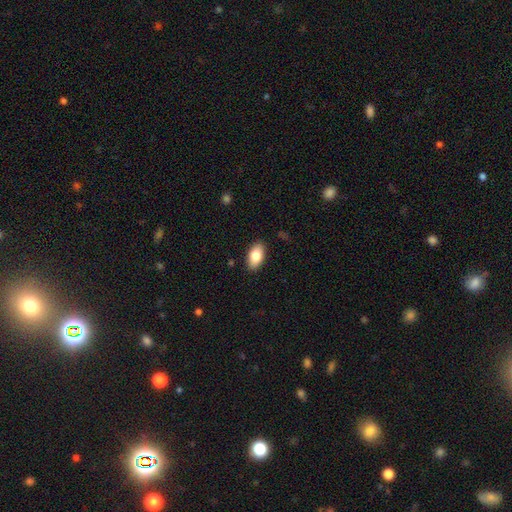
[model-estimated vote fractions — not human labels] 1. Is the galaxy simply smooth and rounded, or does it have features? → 83% smooth, 10% featured or disk, 7% star or artifact.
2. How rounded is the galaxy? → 93% in between, 4% round, 3% cigar-shaped.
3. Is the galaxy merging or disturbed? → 88% none, 9% minor disturbance, 2% major disturbance, 1% merger.